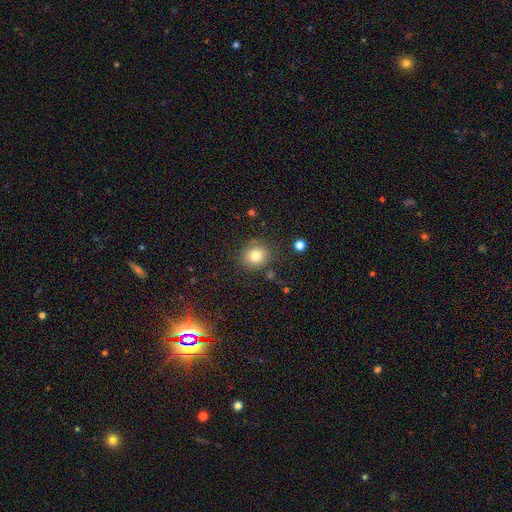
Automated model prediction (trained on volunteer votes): Smooth or featured: smooth — 81% (star or artifact — 11%)
How rounded: round — 84% (in between — 15%)
Merging: none — 83% (minor disturbance — 10%)